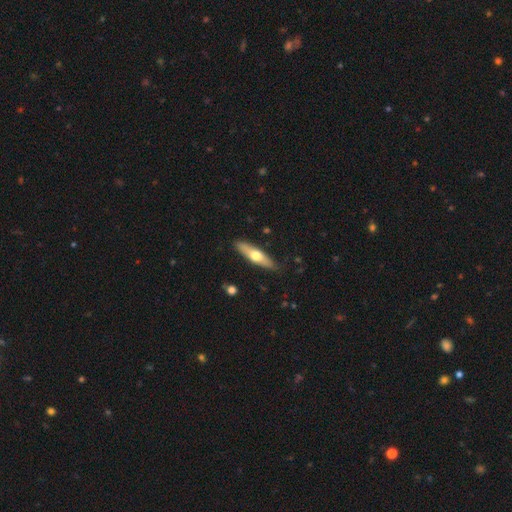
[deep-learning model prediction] smooth 48%, featured or disk 47%, star or artifact 5%. Down the decision tree: merging — none (87%).